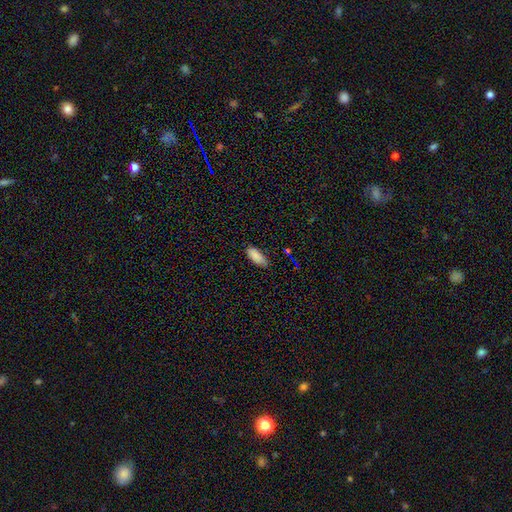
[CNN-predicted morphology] A smooth galaxy with no disk features (86%) that is in between round and cigar-shaped (83%). Merging: none (78%).